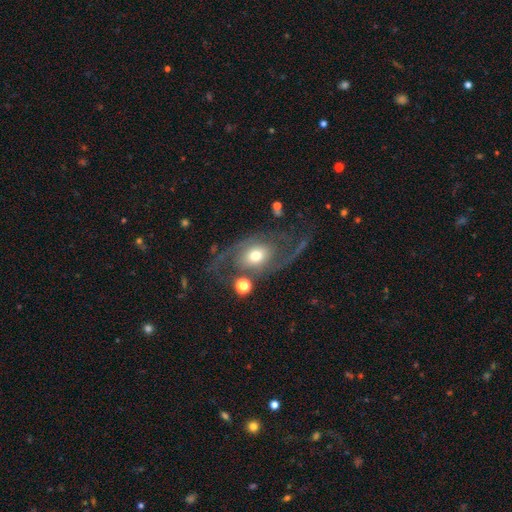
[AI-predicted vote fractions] The model was most divided on "spiral winding": loose: 45%, medium: 40%, tight: 16%. More confident: edge-on disk — no (94%); spiral arm count — 2 (83%); spiral arms — yes (79%); smooth or featured — featured or disk (73%); bar — no (72%); bulge size — moderate (63%); merging — none (57%).